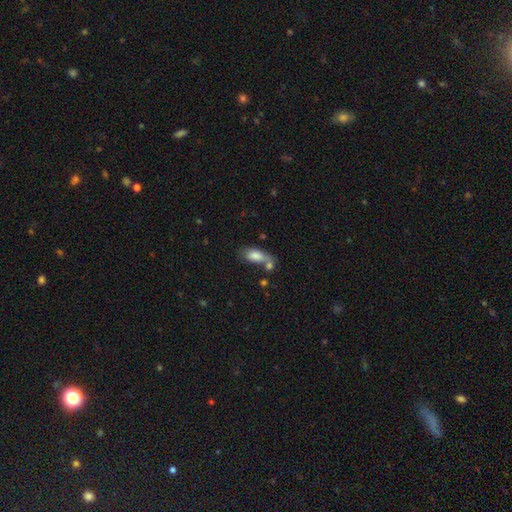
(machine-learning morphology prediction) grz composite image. It shows a smooth galaxy with no disk features (78%) that is in between round and cigar-shaped (85%). Merging: merger (38%).